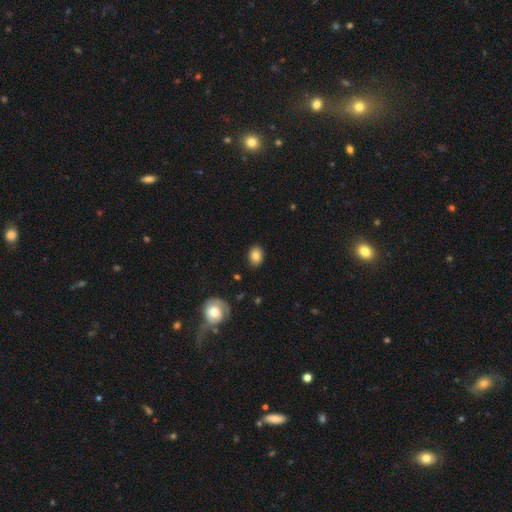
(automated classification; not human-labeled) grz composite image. It shows a smooth galaxy with no disk features (82%) that is in between round and cigar-shaped (65%). Merging: none (87%).